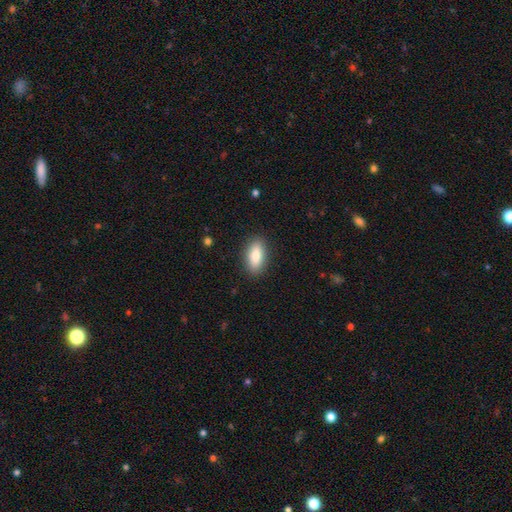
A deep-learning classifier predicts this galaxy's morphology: smooth_or_featured: smooth (p=0.85) [alt: featured or disk p=0.08]
how_rounded: in between (p=0.84) [alt: cigar-shaped p=0.13]
merging: none (p=0.88) [alt: minor disturbance p=0.08]